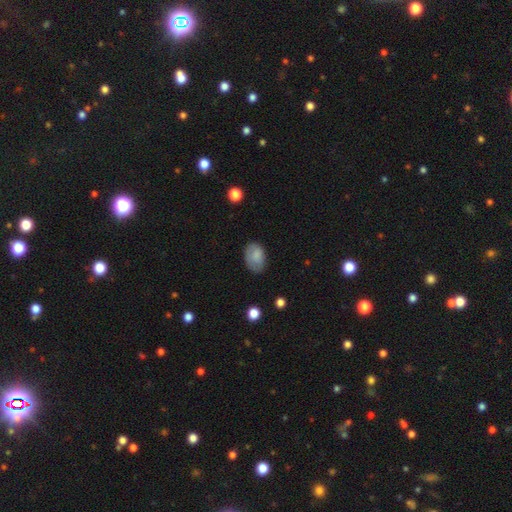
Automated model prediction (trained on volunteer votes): smooth 81%, featured or disk 12%, star or artifact 7%. Down the decision tree: how rounded — in between (87%); merging — none (69%).